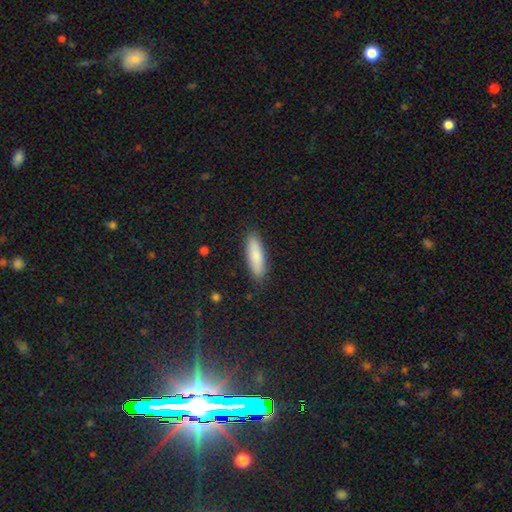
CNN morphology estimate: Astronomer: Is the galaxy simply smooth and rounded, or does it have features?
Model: smooth — 85%.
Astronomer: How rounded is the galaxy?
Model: cigar-shaped — 59% (runner-up: in between, 39%).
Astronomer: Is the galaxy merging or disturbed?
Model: none — 89%.